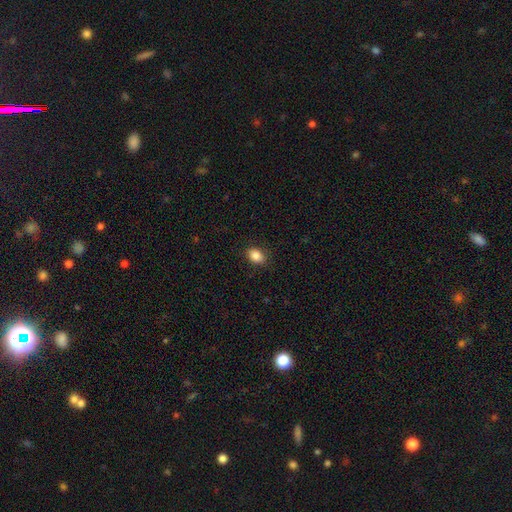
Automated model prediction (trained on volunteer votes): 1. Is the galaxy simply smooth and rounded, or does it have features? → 86% smooth, 9% star or artifact, 5% featured or disk.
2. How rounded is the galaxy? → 75% in between, 23% round, 1% cigar-shaped.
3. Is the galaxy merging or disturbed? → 87% none, 9% minor disturbance, 2% major disturbance, 1% merger.